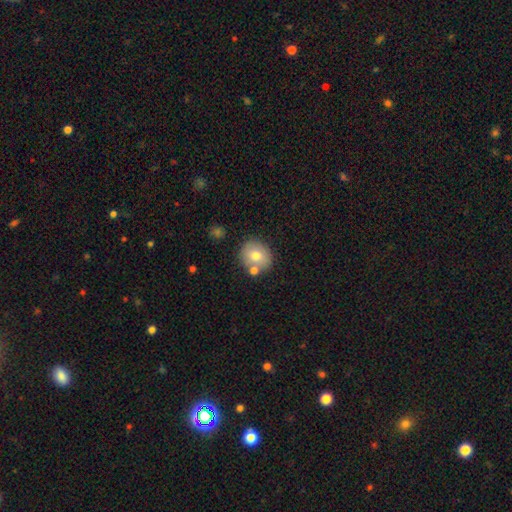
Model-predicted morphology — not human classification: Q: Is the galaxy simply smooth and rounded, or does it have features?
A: smooth — 75%.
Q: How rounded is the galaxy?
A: round — 77%.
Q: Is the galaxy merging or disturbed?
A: none — 72%.